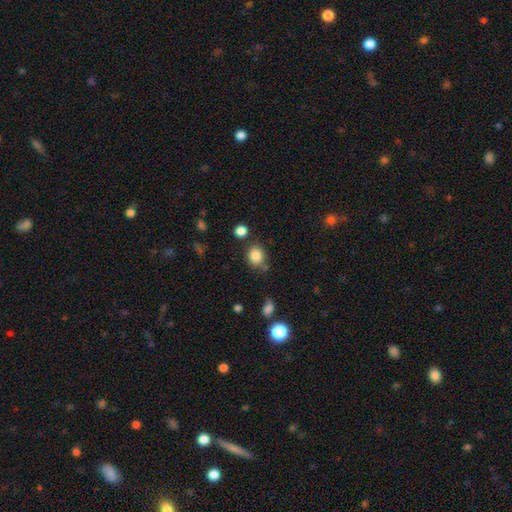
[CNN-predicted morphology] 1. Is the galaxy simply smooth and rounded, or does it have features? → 85% smooth, 10% star or artifact, 5% featured or disk.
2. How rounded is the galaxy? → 70% round, 29% in between, 1% cigar-shaped.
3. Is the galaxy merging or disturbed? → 75% none, 13% minor disturbance, 9% merger, 4% major disturbance.